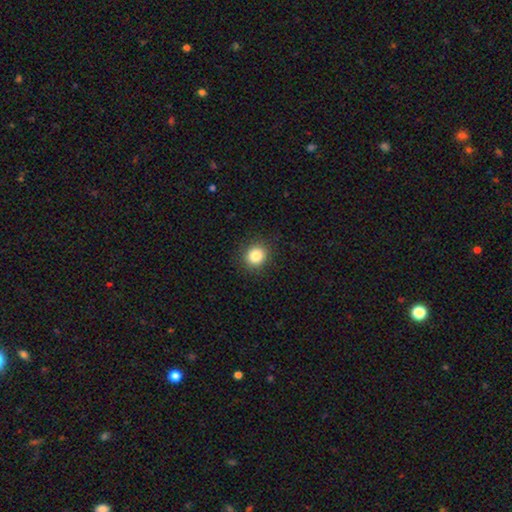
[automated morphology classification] Smooth or featured: smooth — 85% (star or artifact — 11%)
How rounded: round — 85% (in between — 14%)
Merging: none — 90% (minor disturbance — 7%)